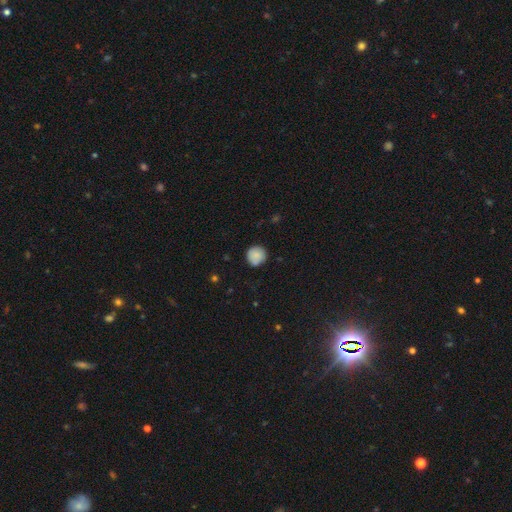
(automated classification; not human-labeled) smooth-or-featured: smooth: 86% | star or artifact: 8% | featured or disk: 6%
  how-rounded: round: 93% | in between: 6% | cigar-shaped: 1%
  merging: none: 83% | minor disturbance: 13% | major disturbance: 2% | merger: 1%